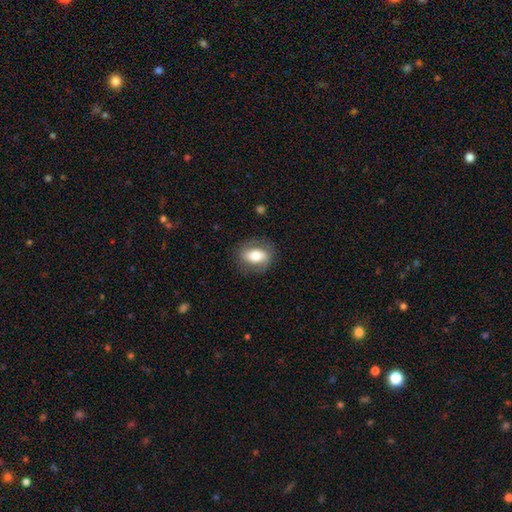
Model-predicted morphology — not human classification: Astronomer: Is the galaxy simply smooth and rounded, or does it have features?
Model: smooth — 63%.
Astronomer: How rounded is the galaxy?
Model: in between — 74%.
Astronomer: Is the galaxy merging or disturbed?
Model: none — 79%.